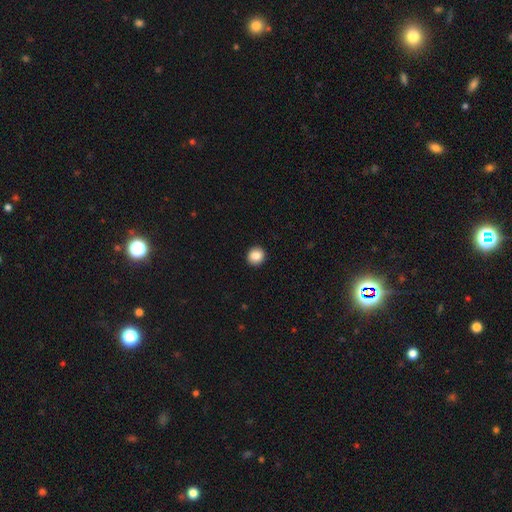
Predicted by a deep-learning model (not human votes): Smooth or featured? Predicted: smooth (p=0.86). How rounded? Predicted: round (p=0.92). Merging? Predicted: none (p=0.93).